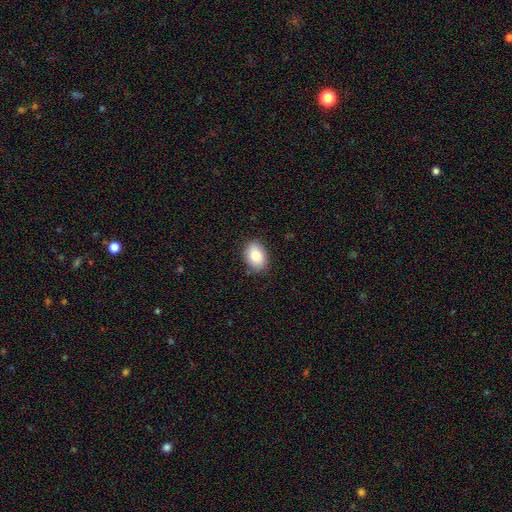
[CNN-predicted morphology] Smooth or featured: smooth — 85% (featured or disk — 8%)
How rounded: in between — 84% (round — 15%)
Merging: none — 85% (minor disturbance — 12%)